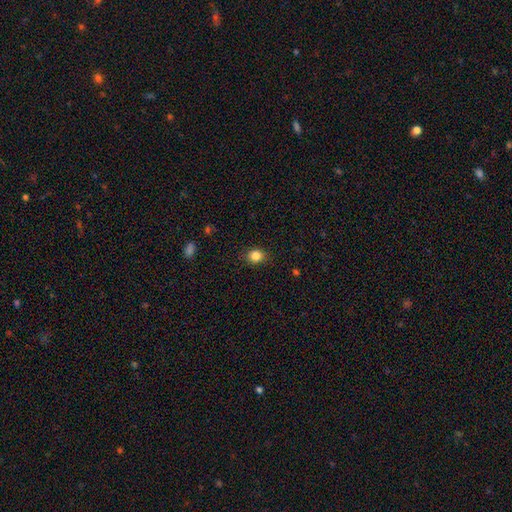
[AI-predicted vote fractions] This is clearly a smooth galaxy (84%). How rounded: likely round (70%). Merging: clearly none (87%).